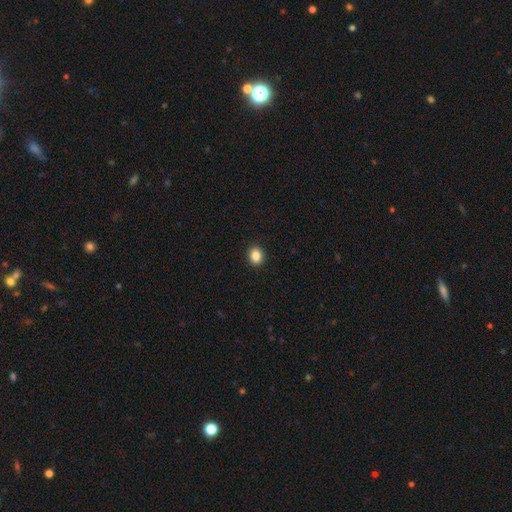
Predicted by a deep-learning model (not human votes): This is clearly a smooth galaxy (87%). How rounded: possibly round (57%). Merging: clearly none (92%).